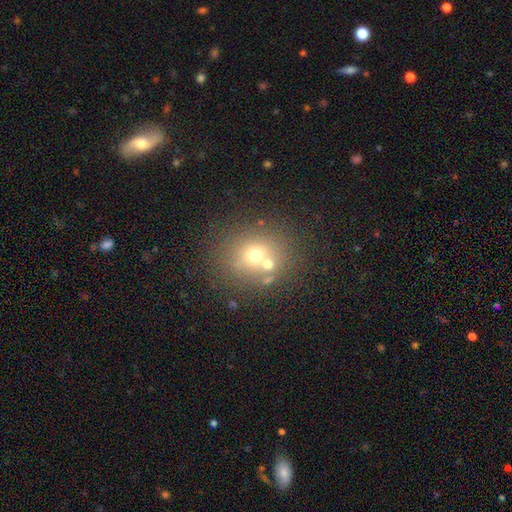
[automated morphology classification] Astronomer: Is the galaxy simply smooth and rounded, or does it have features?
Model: smooth — 61%.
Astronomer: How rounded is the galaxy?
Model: round — 78%.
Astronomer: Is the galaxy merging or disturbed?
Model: none — 57%.